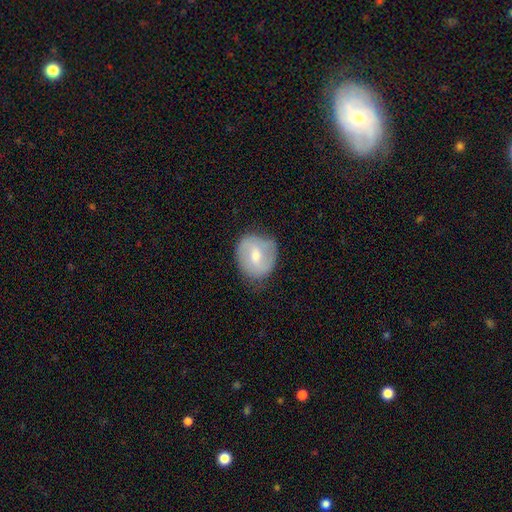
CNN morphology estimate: Smooth or featured?
  - featured or disk: 50% *
  - smooth: 43%
  - star or artifact: 6%
Edge-on disk?
  - no: 96% *
  - yes: 4%
Merging?
  - none: 72% *
  - minor disturbance: 21%
  - major disturbance: 6%
  - merger: 1%